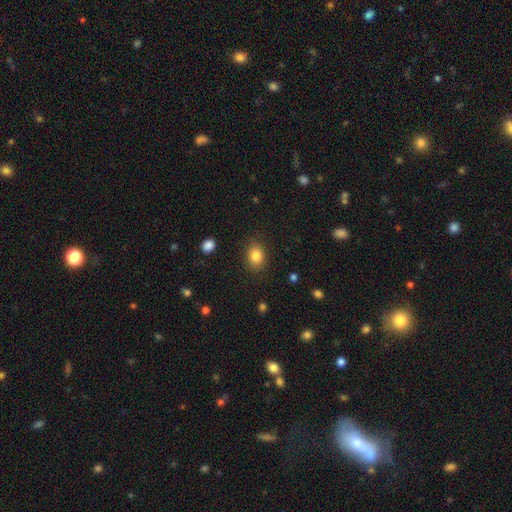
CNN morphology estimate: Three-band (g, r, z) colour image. It shows a smooth galaxy with no disk features (85%) that is in between round and cigar-shaped (61%). Merging: none (86%).